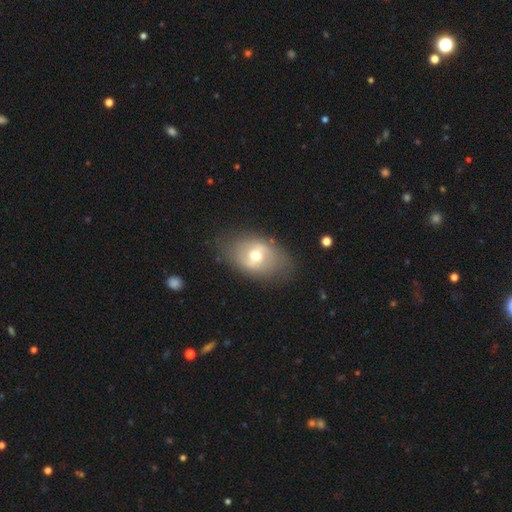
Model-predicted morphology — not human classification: Smooth or featured? Predicted: featured or disk (p=0.49). Merging? Predicted: none (p=0.77).